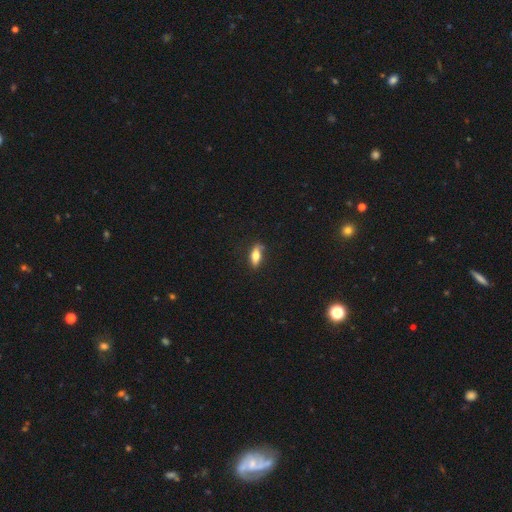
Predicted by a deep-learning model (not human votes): Smooth or featured?
  - smooth: 68% *
  - featured or disk: 26%
  - star or artifact: 7%
How rounded?
  - in between: 69% *
  - cigar-shaped: 27%
  - round: 4%
Merging?
  - none: 76% *
  - minor disturbance: 18%
  - major disturbance: 4%
  - merger: 2%